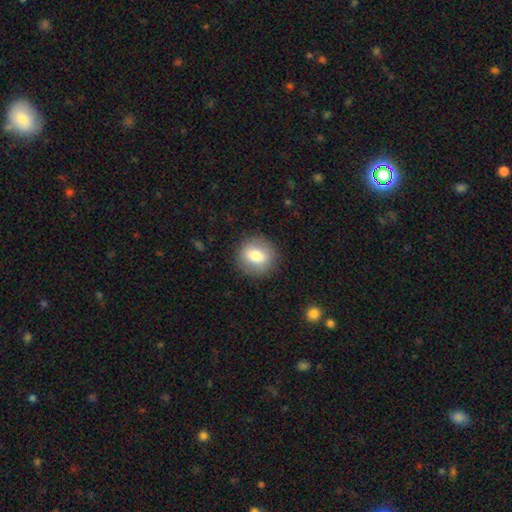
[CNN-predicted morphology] smooth 76%, featured or disk 15%, star or artifact 9%. Down the decision tree: how rounded — round (87%); merging — none (88%).